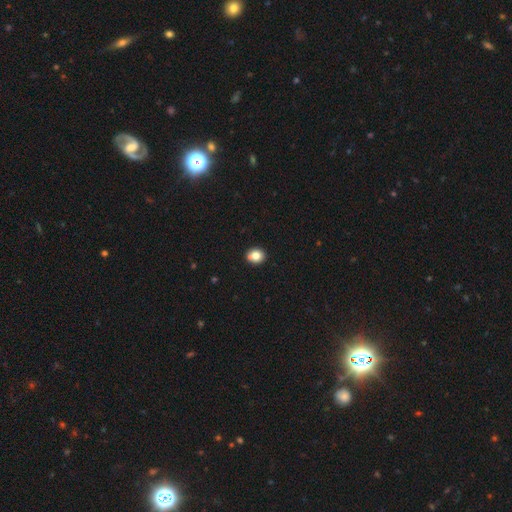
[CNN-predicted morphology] A smooth galaxy with no disk features (81%) that is round (69%).

Vote fractions:
- Smooth or featured? smooth: 81% / star or artifact: 11% / featured or disk: 9%
- How rounded? round: 69% / in between: 30% / cigar-shaped: 1%
- Merging? none: 81% / minor disturbance: 11% / merger: 6% / major disturbance: 2%